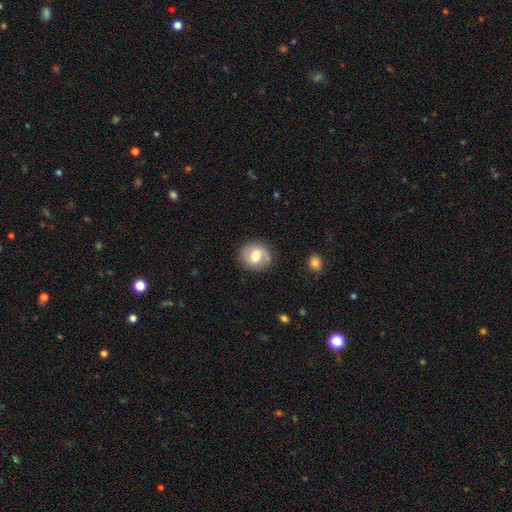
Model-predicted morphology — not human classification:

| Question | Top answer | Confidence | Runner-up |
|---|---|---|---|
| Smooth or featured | smooth | 55% | featured or disk (37%) |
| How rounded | round | 78% | in between (21%) |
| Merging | none | 82% | minor disturbance (12%) |